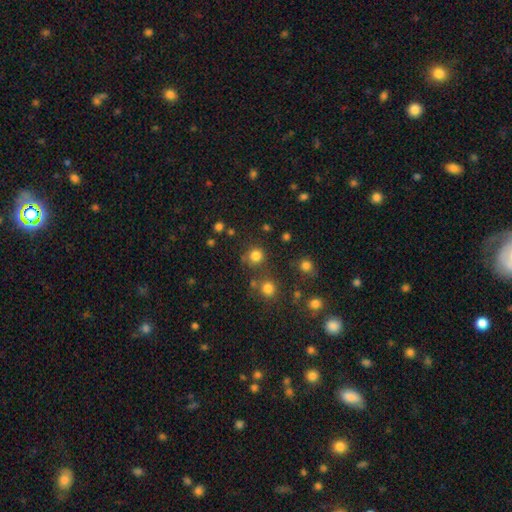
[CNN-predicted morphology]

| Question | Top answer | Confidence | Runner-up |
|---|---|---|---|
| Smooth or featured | smooth | 80% | star or artifact (16%) |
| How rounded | round | 92% | in between (7%) |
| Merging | none | 77% | merger (10%) |